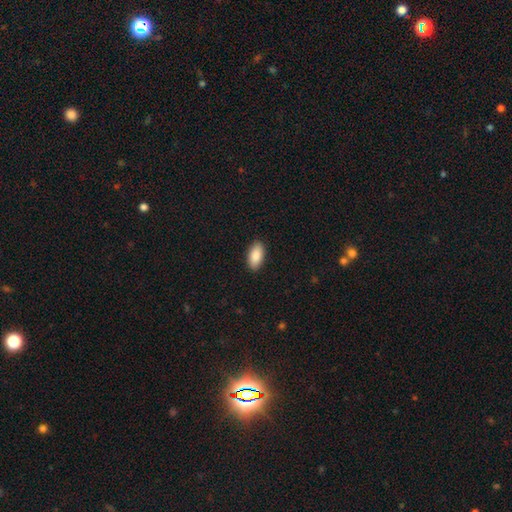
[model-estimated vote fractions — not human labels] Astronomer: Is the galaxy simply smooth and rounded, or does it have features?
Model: smooth — 89%.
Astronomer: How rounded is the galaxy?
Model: in between — 93%.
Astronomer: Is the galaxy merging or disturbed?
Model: none — 90%.